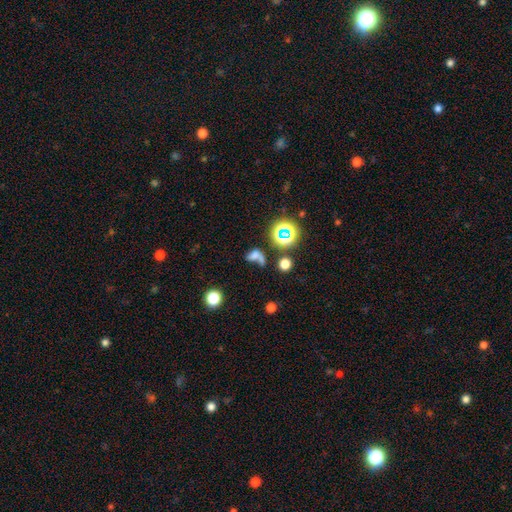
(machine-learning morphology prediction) smooth_or_featured: smooth (p=0.51) [alt: star or artifact p=0.26]
how_rounded: in between (p=0.57) [alt: round p=0.39]
merging: merger (p=0.32) [alt: none p=0.28]